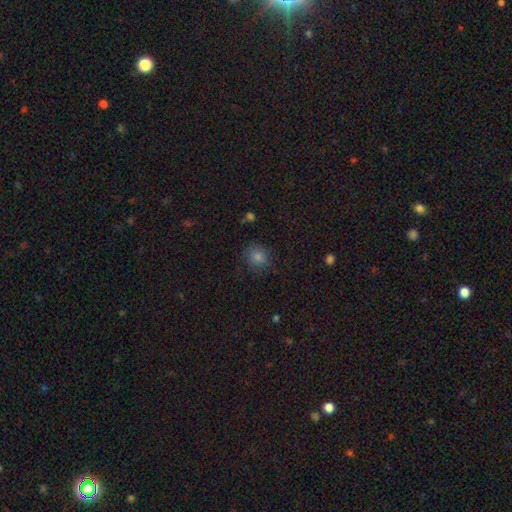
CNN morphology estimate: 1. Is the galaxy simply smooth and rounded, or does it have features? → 75% smooth, 19% star or artifact, 6% featured or disk.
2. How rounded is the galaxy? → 84% round, 15% in between, 1% cigar-shaped.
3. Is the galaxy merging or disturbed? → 84% none, 11% minor disturbance, 3% major disturbance, 1% merger.